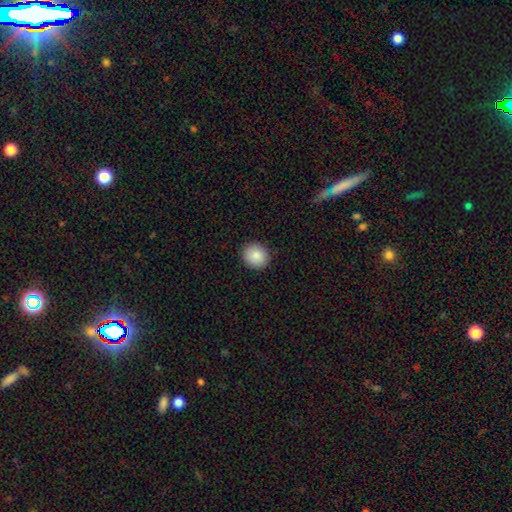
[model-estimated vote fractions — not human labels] Smooth or featured: smooth — 88% (star or artifact — 8%)
How rounded: round — 80% (in between — 19%)
Merging: none — 90% (minor disturbance — 7%)